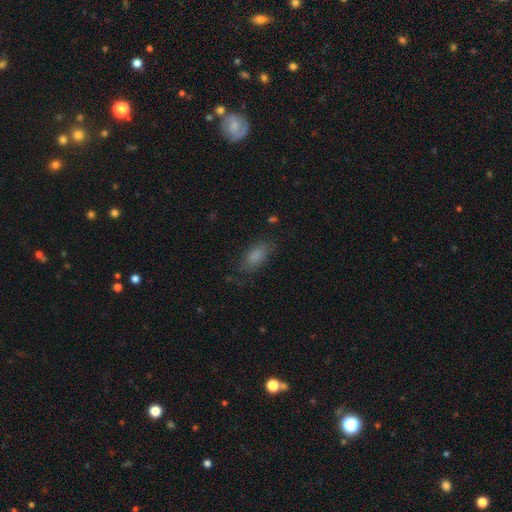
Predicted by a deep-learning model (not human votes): A smooth galaxy with no disk features (81%) that is in between round and cigar-shaped (86%). Merging: none (70%).